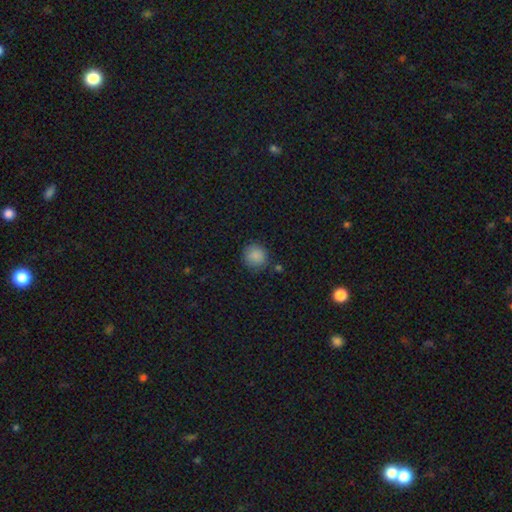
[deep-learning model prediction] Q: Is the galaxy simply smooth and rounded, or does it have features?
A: smooth — 87%.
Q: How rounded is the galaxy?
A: round — 91%.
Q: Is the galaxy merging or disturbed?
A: none — 83%.